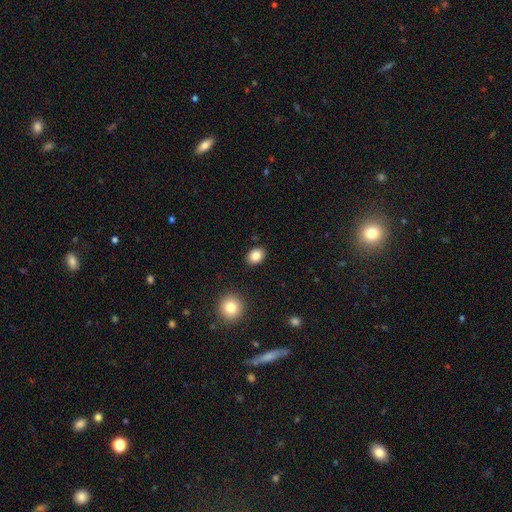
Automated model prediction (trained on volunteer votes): Smooth or featured?
  - smooth: 86% *
  - star or artifact: 9%
  - featured or disk: 5%
How rounded?
  - in between: 60% *
  - round: 39%
  - cigar-shaped: 1%
Merging?
  - none: 88% *
  - minor disturbance: 8%
  - major disturbance: 2%
  - merger: 2%